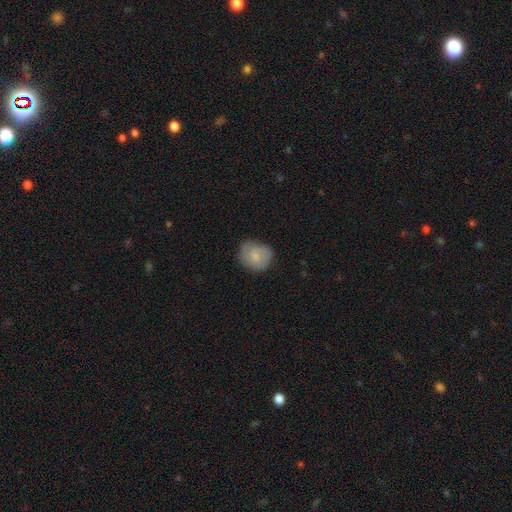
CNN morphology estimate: Q: Smooth or featured?
A: smooth (65%); runner-up: featured or disk (28%)
Q: How rounded?
A: round (71%); runner-up: in between (28%)
Q: Merging?
A: none (70%); runner-up: minor disturbance (23%)